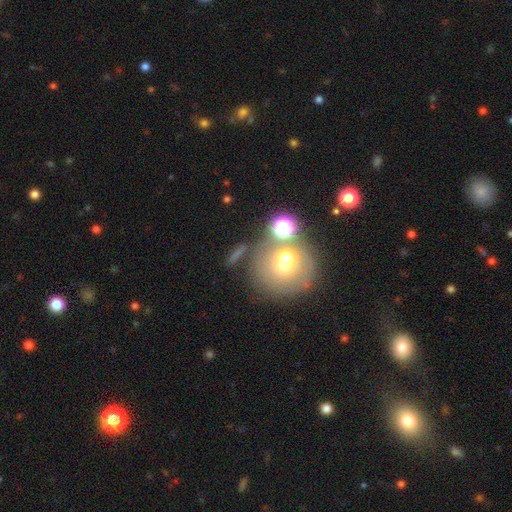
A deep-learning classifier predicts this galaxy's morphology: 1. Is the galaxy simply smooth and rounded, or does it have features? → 44% smooth, 29% featured or disk, 27% star or artifact.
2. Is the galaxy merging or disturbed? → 56% none, 19% merger, 15% minor disturbance, 10% major disturbance.